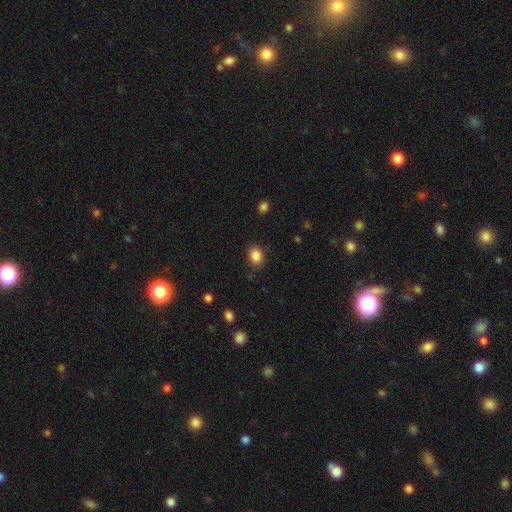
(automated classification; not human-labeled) Smooth or featured?
  - smooth: 86% *
  - star or artifact: 10%
  - featured or disk: 4%
How rounded?
  - round: 57% *
  - in between: 43%
  - cigar-shaped: 1%
Merging?
  - none: 85% *
  - minor disturbance: 11%
  - major disturbance: 3%
  - merger: 1%